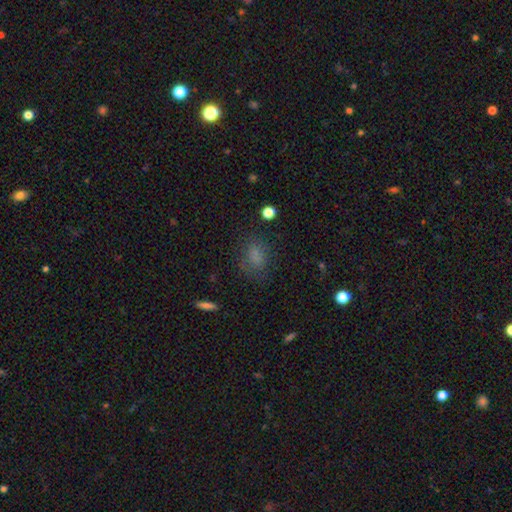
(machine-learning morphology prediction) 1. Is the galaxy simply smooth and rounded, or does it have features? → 74% smooth, 16% star or artifact, 10% featured or disk.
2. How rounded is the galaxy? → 68% in between, 30% round, 2% cigar-shaped.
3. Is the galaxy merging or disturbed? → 67% none, 20% minor disturbance, 11% major disturbance, 2% merger.